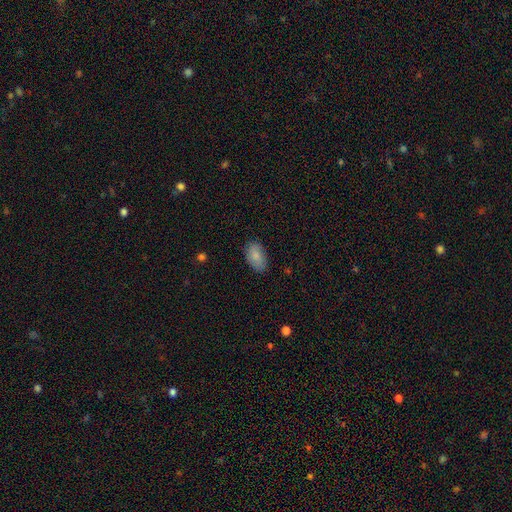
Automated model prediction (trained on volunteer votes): Morphology: type=smooth (83%); roundness=in between (93%); merging=none (81%).